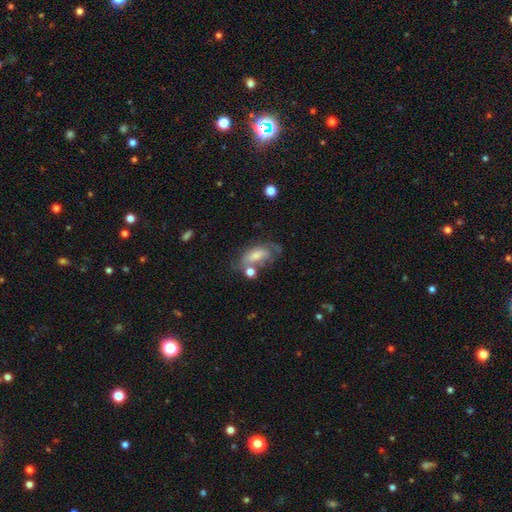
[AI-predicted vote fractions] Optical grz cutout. It shows a smooth galaxy with no disk features (56%) that is in between round and cigar-shaped (86%). Merging: none (41%).